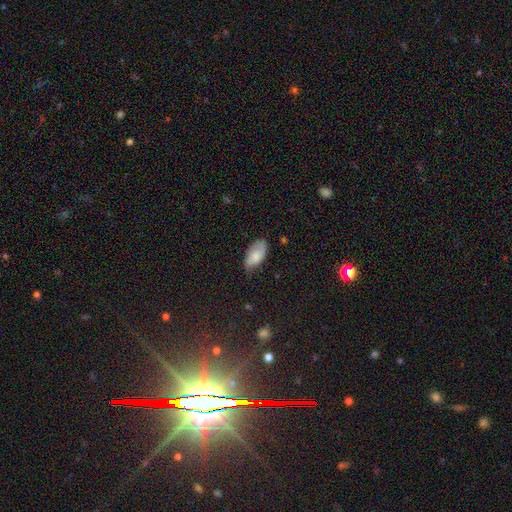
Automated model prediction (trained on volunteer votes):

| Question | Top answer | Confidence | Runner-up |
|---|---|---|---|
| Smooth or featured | smooth | 76% | featured or disk (17%) |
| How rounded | in between | 94% | cigar-shaped (4%) |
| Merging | none | 64% | minor disturbance (29%) |